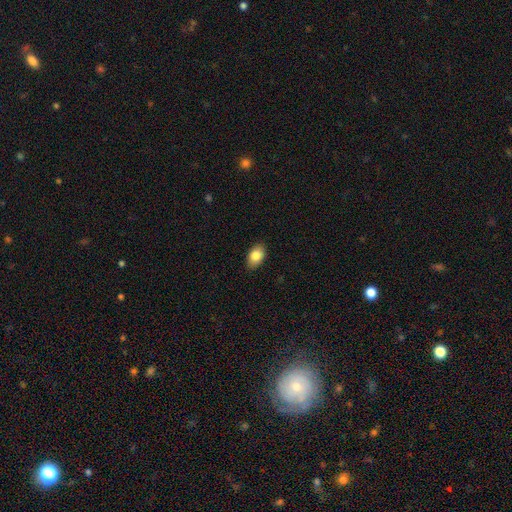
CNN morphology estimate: Smooth or featured? Predicted: smooth (p=0.84). How rounded? Predicted: in between (p=0.90). Merging? Predicted: none (p=0.87).